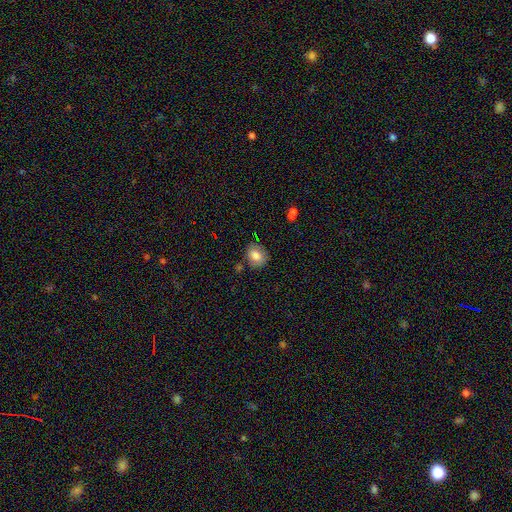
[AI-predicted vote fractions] Smooth or featured?
  - smooth: 79% *
  - featured or disk: 12%
  - star or artifact: 9%
How rounded?
  - round: 58% *
  - in between: 41%
  - cigar-shaped: 1%
Merging?
  - none: 76% *
  - minor disturbance: 16%
  - merger: 4%
  - major disturbance: 4%